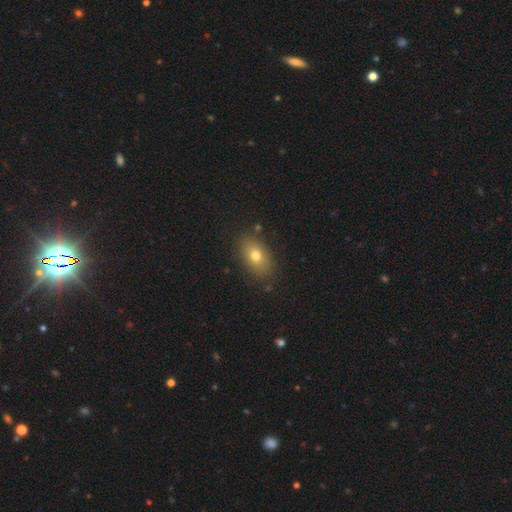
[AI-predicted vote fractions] Overall: smooth (74%). How rounded: in between (84%). Merging: none (84%).